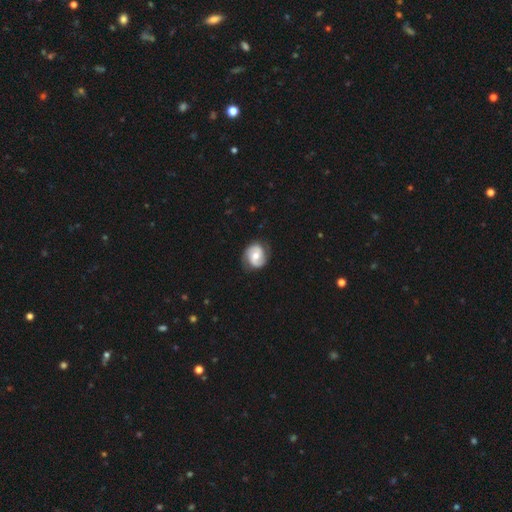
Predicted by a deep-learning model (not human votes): featured or disk 76%, smooth 18%, star or artifact 5%. Down the decision tree: edge-on disk — no (98%); bar — no (53%); spiral arms — yes (93%); spiral arm count — 2 (90%); spiral winding — medium (45%); bulge size — moderate (70%); merging — none (81%).